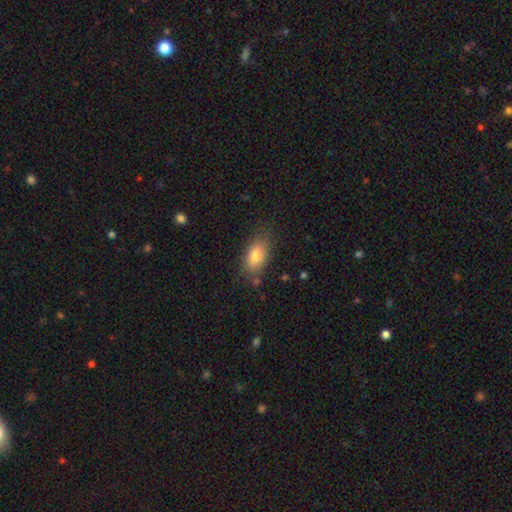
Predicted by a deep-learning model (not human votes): The model was most divided on "merging": none: 75%, minor disturbance: 17%, major disturbance: 5%, merger: 3%. More confident: how rounded — in between (88%); smooth or featured — smooth (80%).